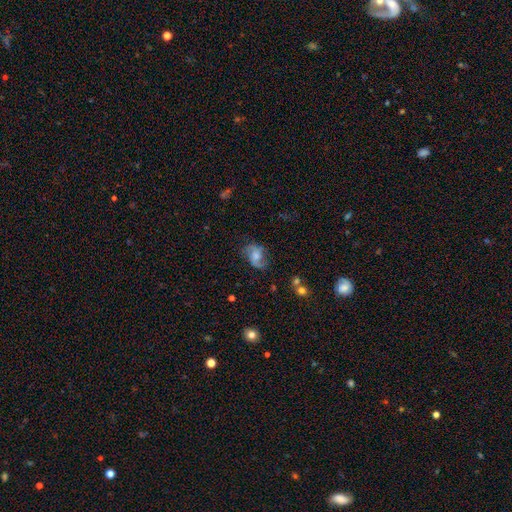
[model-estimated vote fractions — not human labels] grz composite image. It shows a featured or disk galaxy (60%) with no bar (56%), 2 (84%) loose (49%) spiral arms (88%) and a moderate central bulge (47%). Merging: none (65%).